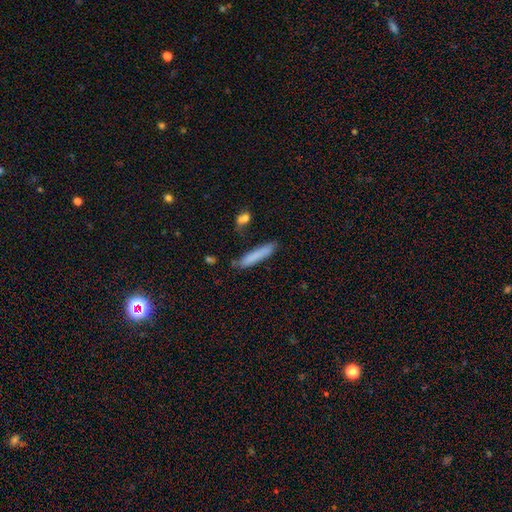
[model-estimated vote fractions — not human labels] Overall: smooth (79%). How rounded: cigar-shaped (90%). Merging: none (77%).